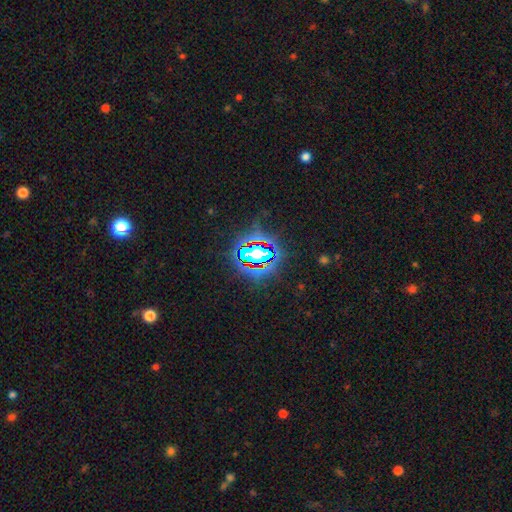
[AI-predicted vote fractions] This appears to be a star or artifact, not a galaxy (73%).